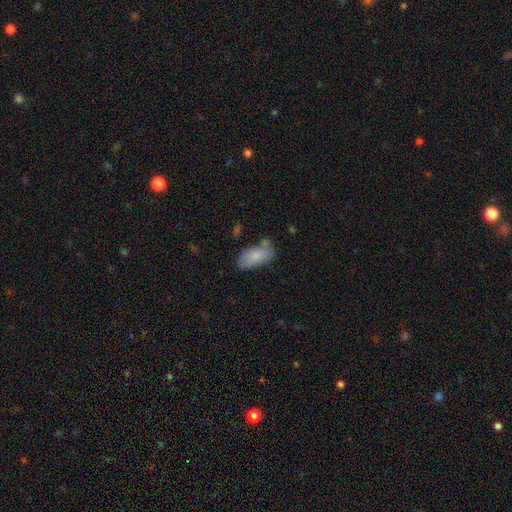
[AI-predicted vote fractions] This appears to be a smooth galaxy with no disk features (83%) that is in between round and cigar-shaped (93%). Merging: none (58%).